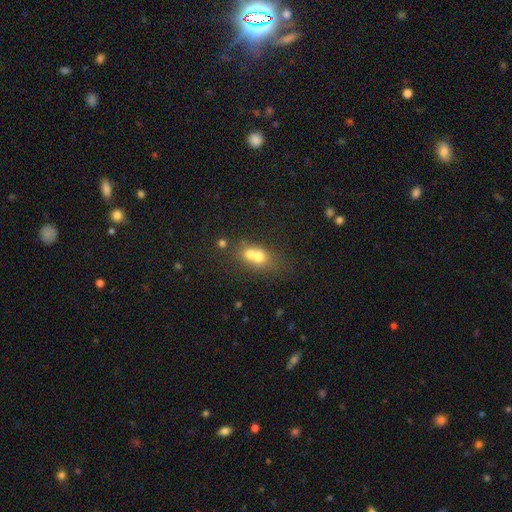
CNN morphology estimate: A smooth galaxy with no disk features (64%) that is round (53%).

Vote fractions:
- Smooth or featured? smooth: 64% / featured or disk: 24% / star or artifact: 12%
- How rounded? round: 53% / in between: 44% / cigar-shaped: 3%
- Merging? merger: 66% / none: 23% / minor disturbance: 7% / major disturbance: 4%